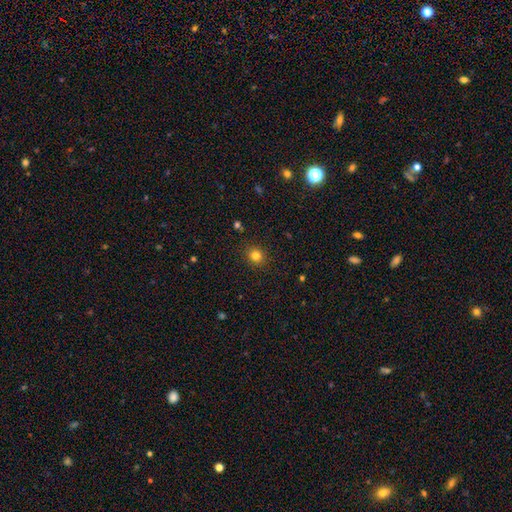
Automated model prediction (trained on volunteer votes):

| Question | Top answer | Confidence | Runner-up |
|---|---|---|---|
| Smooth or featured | smooth | 81% | star or artifact (13%) |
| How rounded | round | 82% | in between (17%) |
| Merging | none | 90% | minor disturbance (7%) |